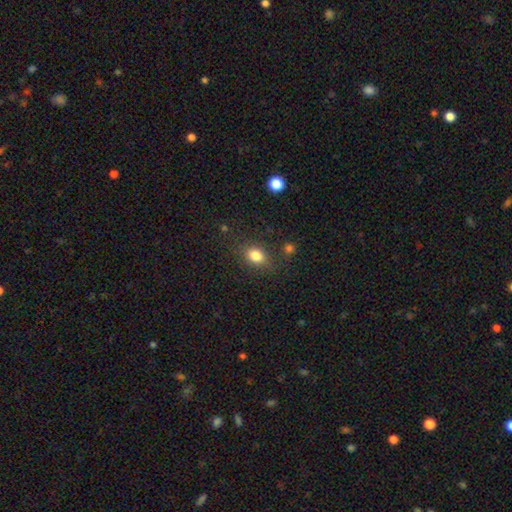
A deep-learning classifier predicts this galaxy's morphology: This is clearly a smooth galaxy (83%). How rounded: likely in between (65%). Merging: likely none (78%).